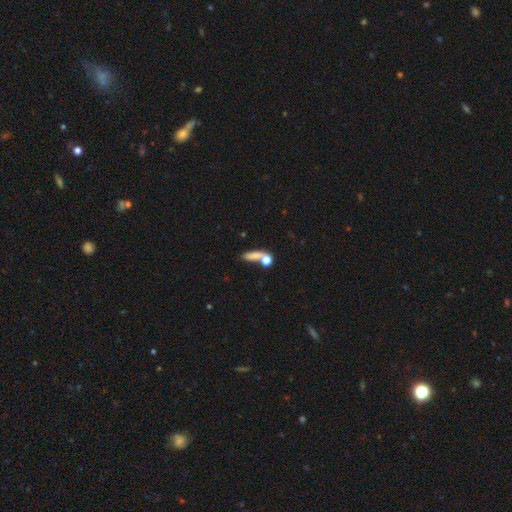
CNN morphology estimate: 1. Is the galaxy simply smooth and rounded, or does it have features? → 69% smooth, 19% featured or disk, 13% star or artifact.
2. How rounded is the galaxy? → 45% cigar-shaped, 36% in between, 19% round.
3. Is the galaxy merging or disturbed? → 42% none, 33% merger, 13% minor disturbance, 11% major disturbance.